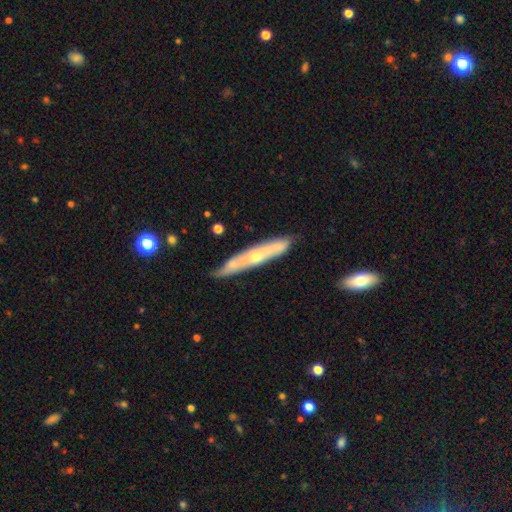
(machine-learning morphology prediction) The model was most divided on "smooth or featured": featured or disk: 60%, smooth: 33%, star or artifact: 7%. More confident: merging — none (80%); edge-on disk — yes (79%).